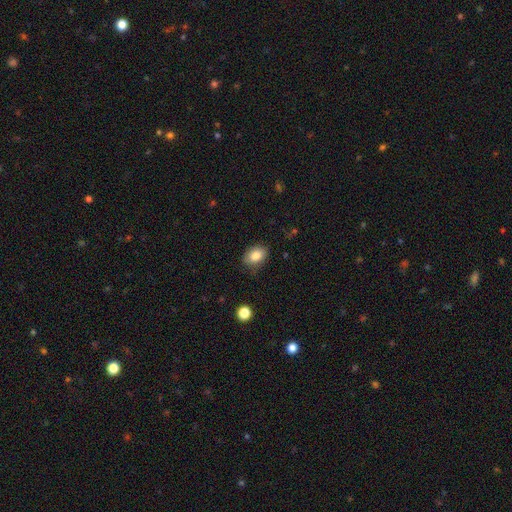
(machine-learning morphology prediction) Smooth or featured? Predicted: smooth (p=0.84). How rounded? Predicted: in between (p=0.78). Merging? Predicted: none (p=0.80).